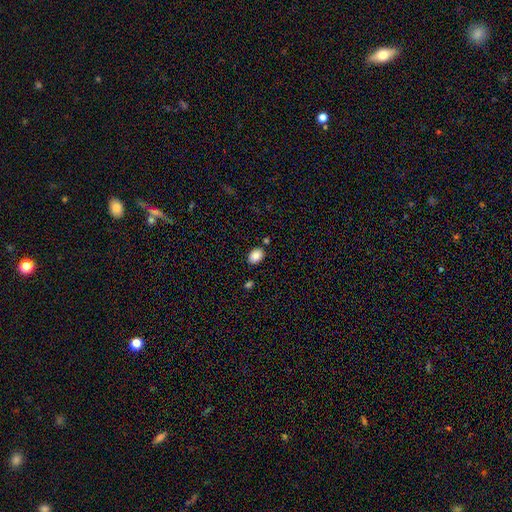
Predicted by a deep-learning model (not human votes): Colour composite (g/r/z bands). It shows a smooth galaxy with no disk features (87%) that is in between round and cigar-shaped (76%). Merging: none (83%).